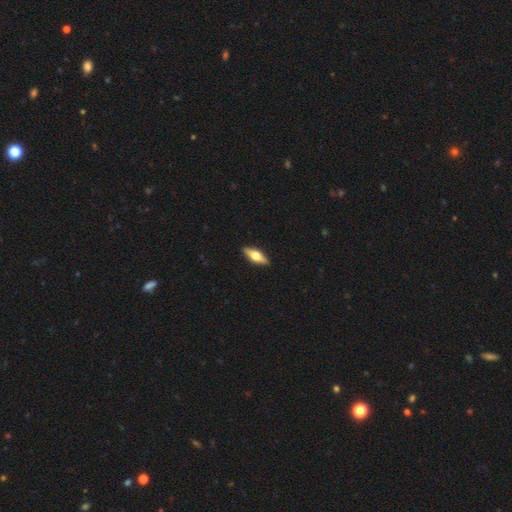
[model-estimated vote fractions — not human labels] Smooth or featured: featured or disk — 52% (smooth — 42%)
Edge-on disk: yes — 92% (no — 8%)
Merging: none — 91% (minor disturbance — 7%)